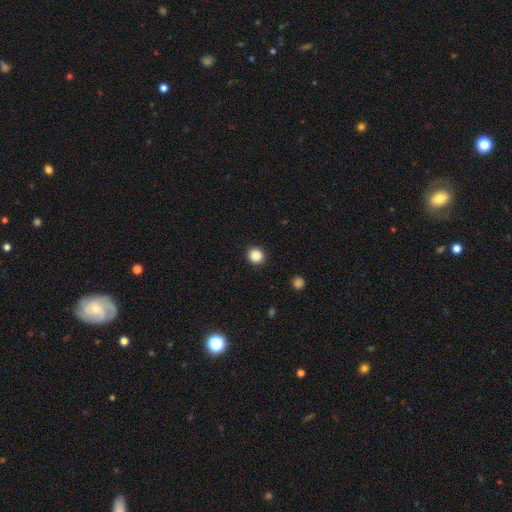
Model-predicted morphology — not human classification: Q: Smooth or featured?
A: smooth (87%); runner-up: star or artifact (10%)
Q: How rounded?
A: round (88%); runner-up: in between (11%)
Q: Merging?
A: none (91%); runner-up: minor disturbance (6%)